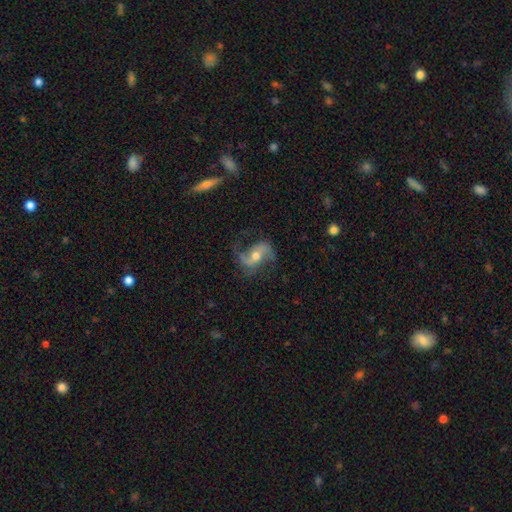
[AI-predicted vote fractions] smooth-or-featured: featured or disk: 82% | smooth: 11% | star or artifact: 7%
  disk-edge-on: no: 96% | yes: 4%
    bar: no: 41% | weak: 36% | strong: 23%
    has-spiral-arms: yes: 95% | no: 5%
      spiral-winding: loose: 64% | medium: 29% | tight: 7%
      spiral-arm-count: 2: 91% | can't tell: 3% | 1: 3% | 3: 2% | 4: 1% | more than 4: 1%
    bulge-size: moderate: 66% | small: 27% | large: 5% | none: 1% | dominant: 1%
  merging: none: 70% | minor disturbance: 17% | major disturbance: 11% | merger: 2%